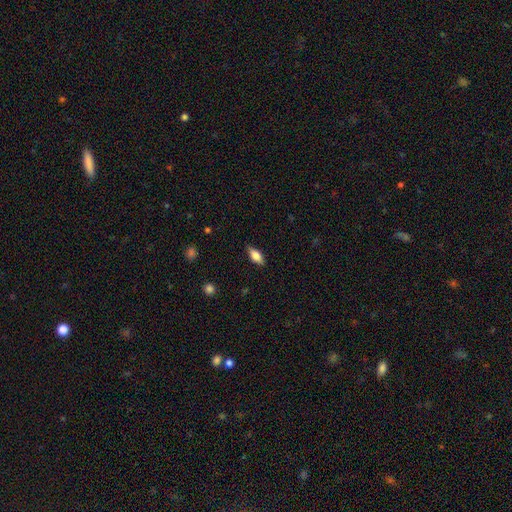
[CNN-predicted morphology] type=smooth (71%); roundness=in between (81%); merging=none (84%).